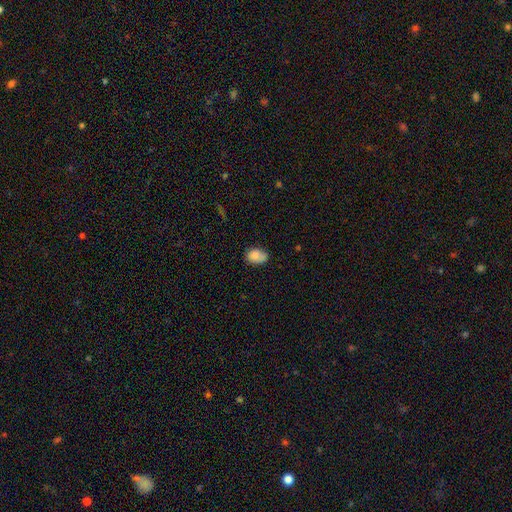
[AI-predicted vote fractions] smooth-or-featured: smooth: 86% | star or artifact: 8% | featured or disk: 6%
  how-rounded: in between: 83% | round: 16% | cigar-shaped: 1%
  merging: none: 67% | minor disturbance: 26% | major disturbance: 5% | merger: 2%